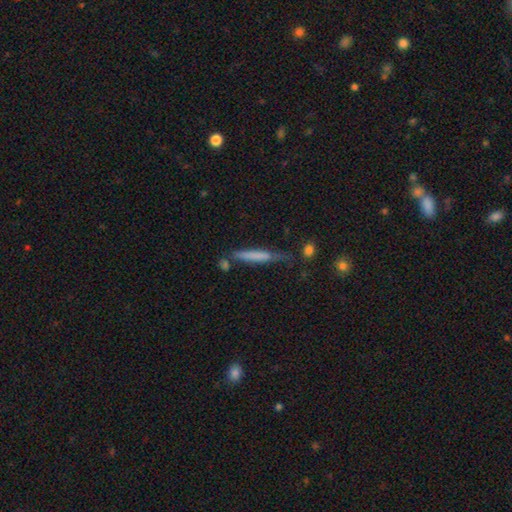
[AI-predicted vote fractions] smooth 64%, featured or disk 29%, star or artifact 7%. Down the decision tree: how rounded — cigar-shaped (92%); merging — none (60%).